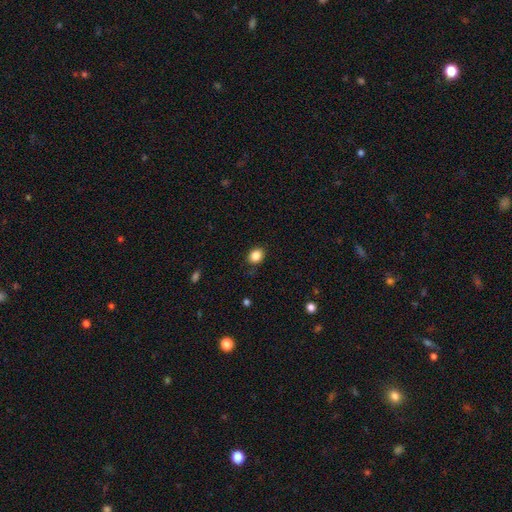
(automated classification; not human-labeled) smooth-or-featured: smooth: 86% | star or artifact: 10% | featured or disk: 4%
  how-rounded: round: 55% | in between: 44% | cigar-shaped: 1%
  merging: none: 86% | minor disturbance: 11% | major disturbance: 3% | merger: 1%